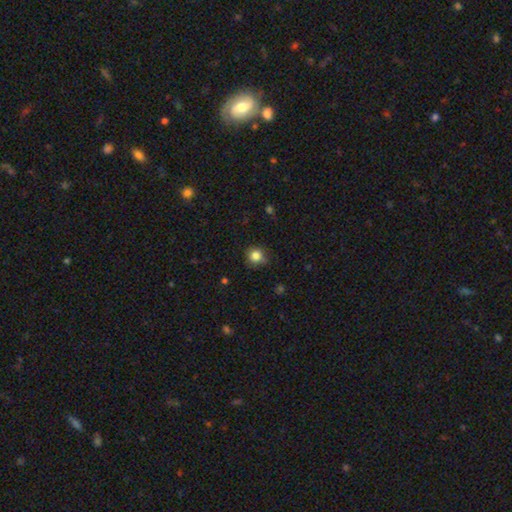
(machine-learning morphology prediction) Q: Smooth or featured?
A: smooth (83%); runner-up: star or artifact (12%)
Q: How rounded?
A: round (91%); runner-up: in between (8%)
Q: Merging?
A: none (79%); runner-up: minor disturbance (16%)